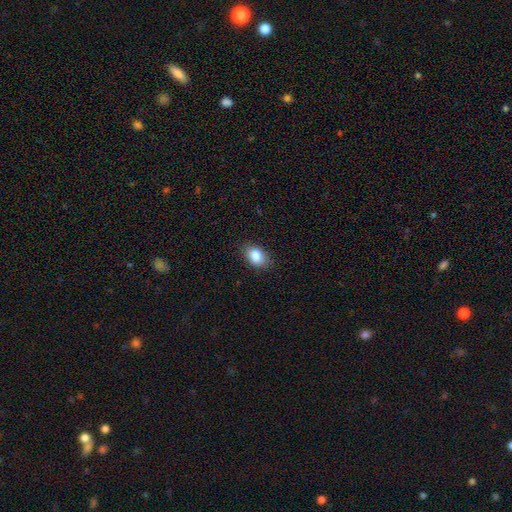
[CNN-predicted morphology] Smooth or featured?
  - smooth: 86% *
  - star or artifact: 8%
  - featured or disk: 6%
How rounded?
  - in between: 84% *
  - round: 15%
  - cigar-shaped: 1%
Merging?
  - none: 83% *
  - minor disturbance: 13%
  - major disturbance: 3%
  - merger: 1%